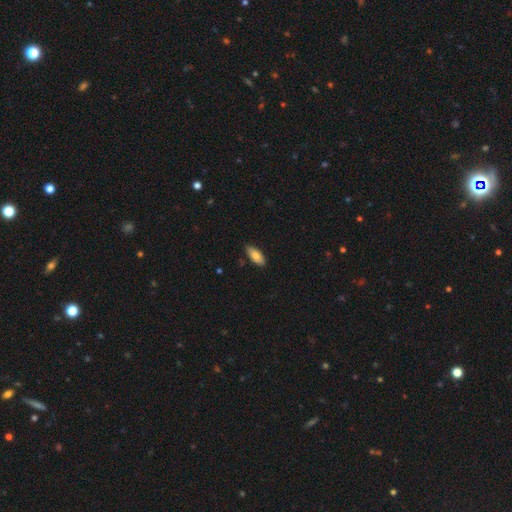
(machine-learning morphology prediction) A smooth galaxy with no disk features (78%) that is in between round and cigar-shaped (85%).

Vote fractions:
- Smooth or featured? smooth: 78% / featured or disk: 16% / star or artifact: 6%
- How rounded? in between: 85% / cigar-shaped: 13% / round: 2%
- Merging? none: 86% / minor disturbance: 11% / major disturbance: 2% / merger: 1%